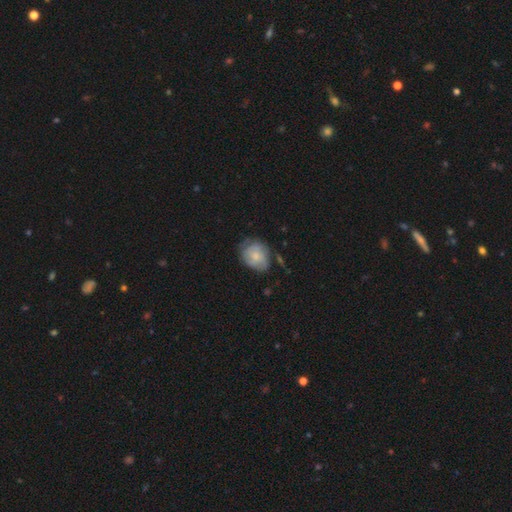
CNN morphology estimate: Smooth or featured?
  - smooth: 60% *
  - featured or disk: 33%
  - star or artifact: 7%
How rounded?
  - round: 57% *
  - in between: 42%
  - cigar-shaped: 1%
Merging?
  - none: 58% *
  - minor disturbance: 29%
  - major disturbance: 10%
  - merger: 3%